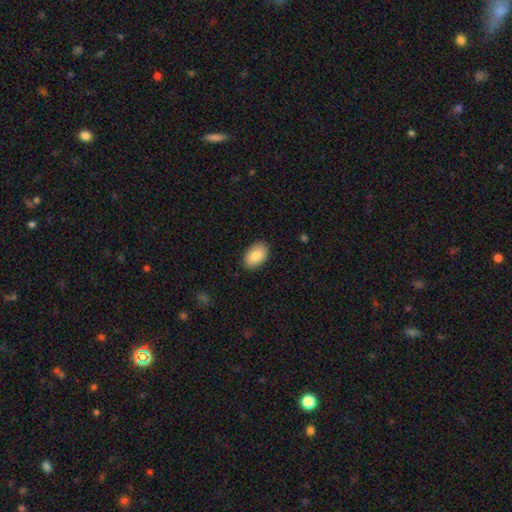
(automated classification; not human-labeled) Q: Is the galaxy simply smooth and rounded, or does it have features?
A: smooth — 86%.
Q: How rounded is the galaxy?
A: in between — 91%.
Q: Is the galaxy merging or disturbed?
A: none — 89%.